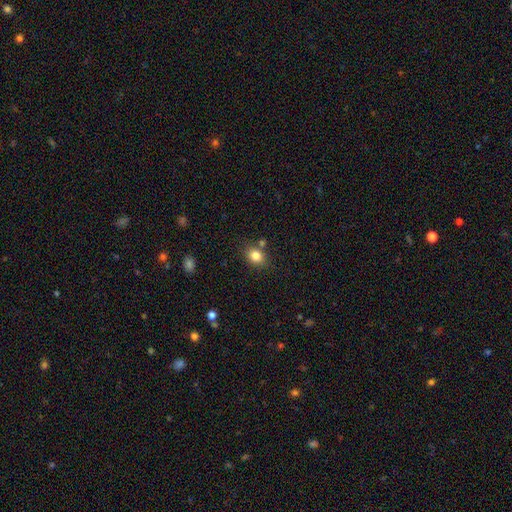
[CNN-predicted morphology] type=smooth (82%); roundness=in between (53%); merging=none (74%).